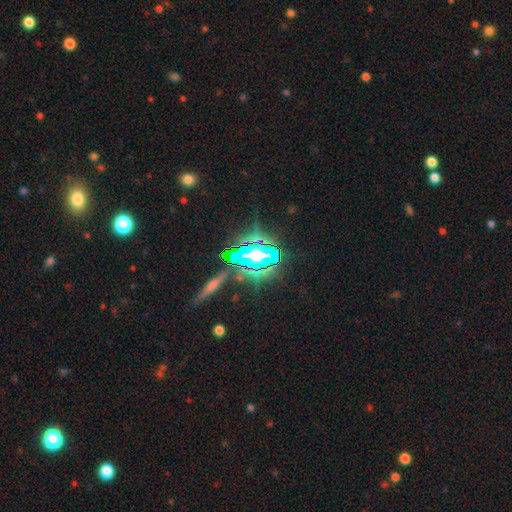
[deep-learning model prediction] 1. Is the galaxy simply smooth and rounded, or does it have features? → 70% star or artifact, 16% smooth, 14% featured or disk.